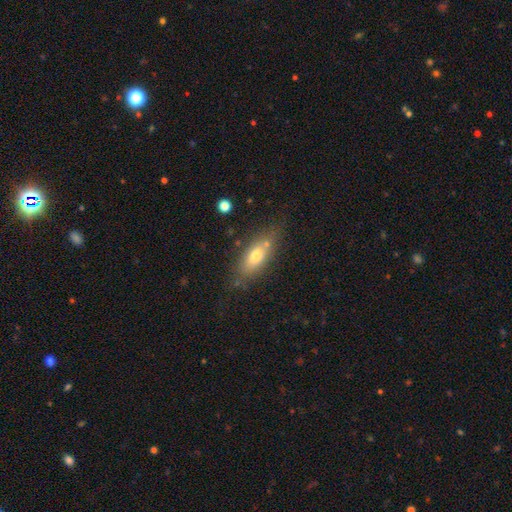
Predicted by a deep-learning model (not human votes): Smooth or featured: smooth — 68% (featured or disk — 24%)
How rounded: in between — 73% (cigar-shaped — 22%)
Merging: none — 68% (minor disturbance — 18%)